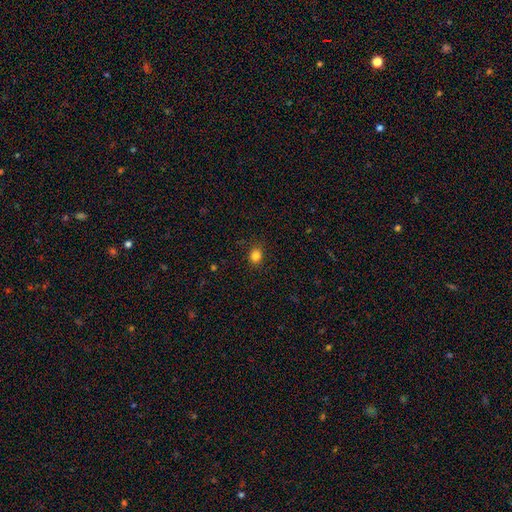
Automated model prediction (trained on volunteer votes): Q: Smooth or featured?
A: smooth (83%); runner-up: star or artifact (13%)
Q: How rounded?
A: round (67%); runner-up: in between (32%)
Q: Merging?
A: none (87%); runner-up: minor disturbance (9%)